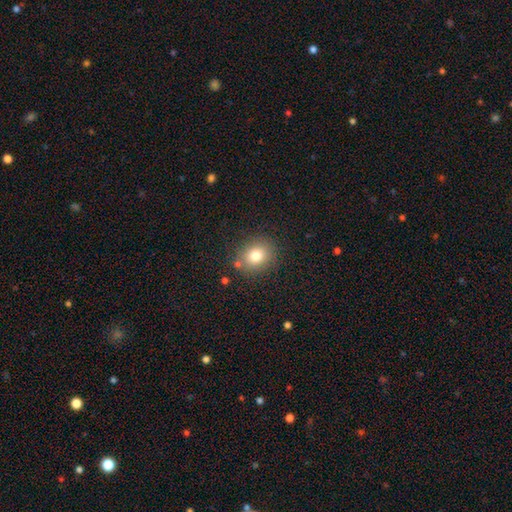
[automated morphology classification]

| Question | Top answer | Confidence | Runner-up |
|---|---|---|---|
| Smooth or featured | smooth | 79% | star or artifact (11%) |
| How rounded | round | 69% | in between (31%) |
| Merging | none | 83% | minor disturbance (10%) |